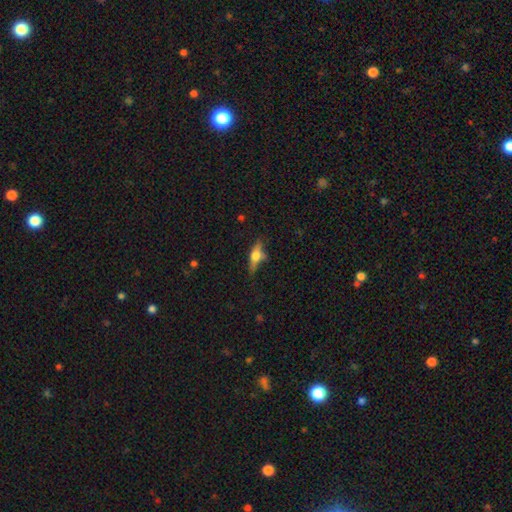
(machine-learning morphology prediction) smooth_or_featured: featured or disk (p=0.50) [alt: smooth p=0.41]
disk_edge_on: yes (p=0.90) [alt: no p=0.10]
merging: none (p=0.66) [alt: minor disturbance p=0.20]